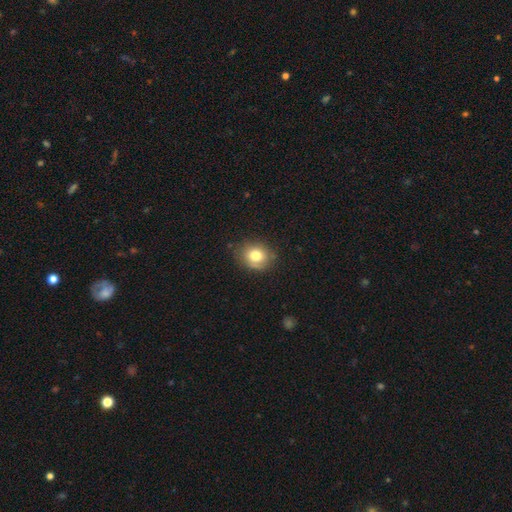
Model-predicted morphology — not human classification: Smooth or featured: smooth — 76% (featured or disk — 14%)
How rounded: round — 63% (in between — 36%)
Merging: none — 75% (minor disturbance — 19%)